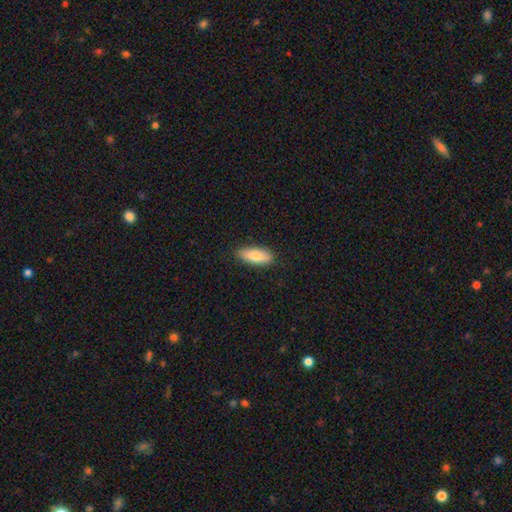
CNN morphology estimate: Smooth or featured? smooth (80%)
How rounded? in between (71%)
Merging? none (86%)